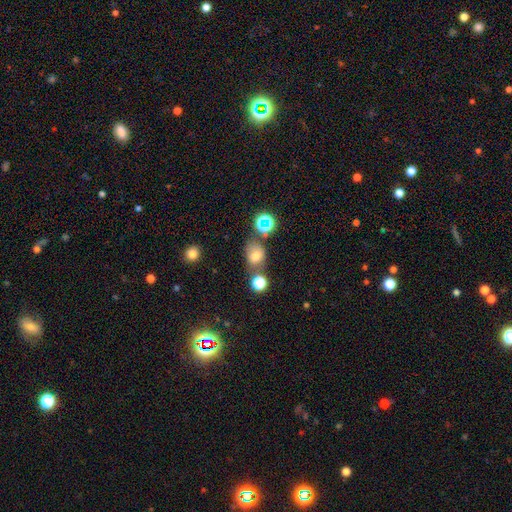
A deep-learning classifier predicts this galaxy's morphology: A smooth galaxy with no disk features (68%) that is in between round and cigar-shaped (54%). Merging: none (57%).